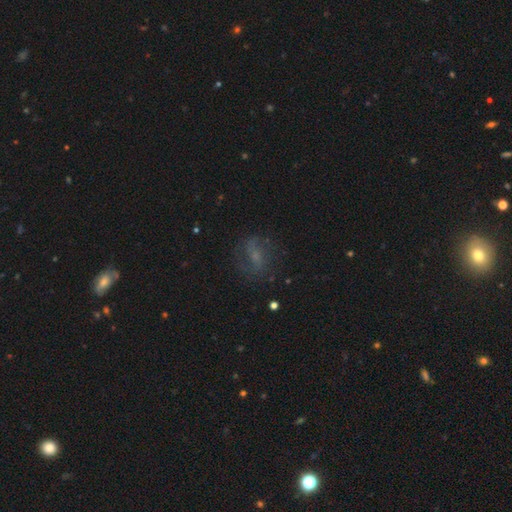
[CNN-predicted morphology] This appears to be a featured or disk galaxy (52%). Merging: none (69%).